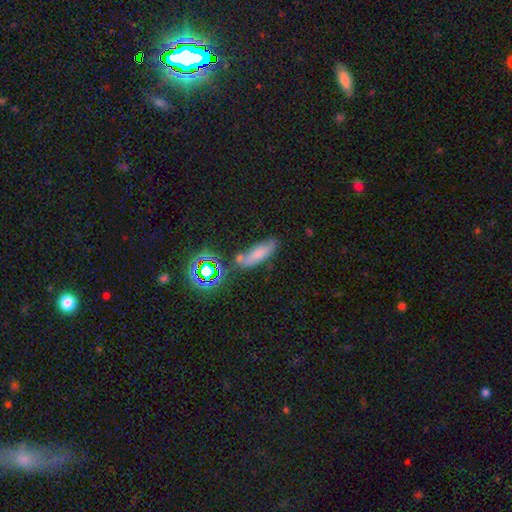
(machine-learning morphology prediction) smooth_or_featured: smooth (p=0.60) [alt: star or artifact p=0.23]
how_rounded: in between (p=0.47) [alt: cigar-shaped p=0.44]
merging: none (p=0.59) [alt: minor disturbance p=0.19]